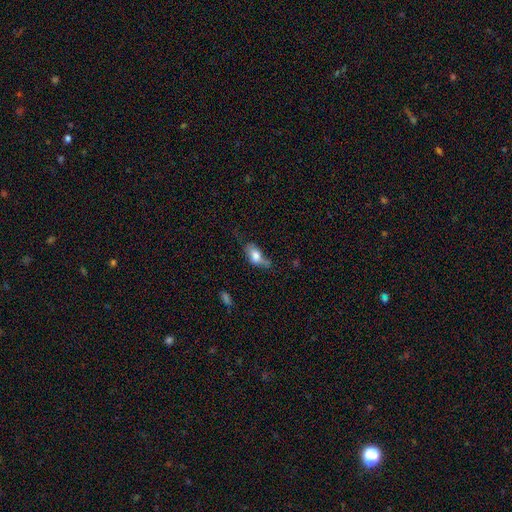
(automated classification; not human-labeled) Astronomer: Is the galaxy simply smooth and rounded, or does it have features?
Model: smooth — 70%.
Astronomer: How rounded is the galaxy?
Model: in between — 84%.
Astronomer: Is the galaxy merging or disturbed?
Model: minor disturbance — 34% (runner-up: none, 33%).